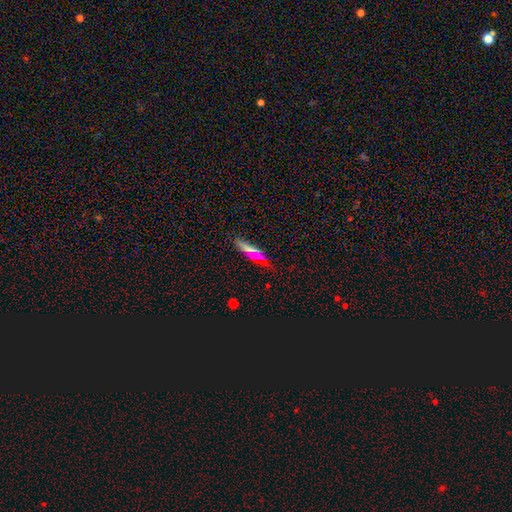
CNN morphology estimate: This appears to be a smooth galaxy with no disk features (64%) that is cigar-shaped (69%). Merging: none (84%).